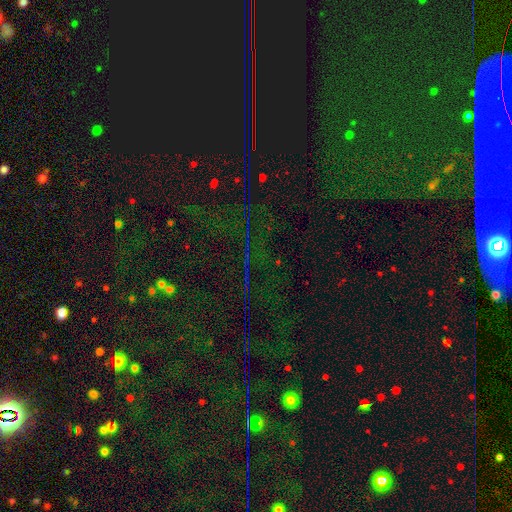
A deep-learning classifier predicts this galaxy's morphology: type=star or artifact (83%).